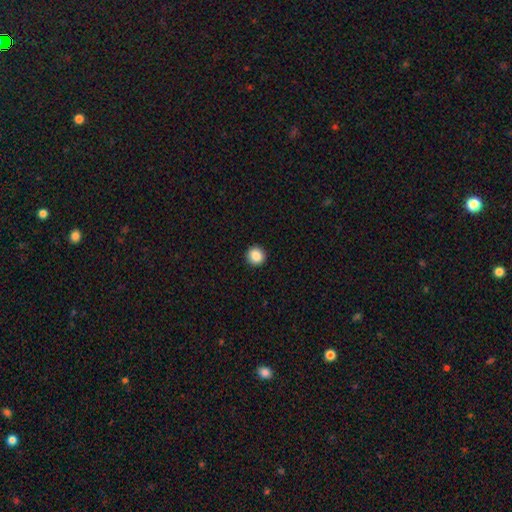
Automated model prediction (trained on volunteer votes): smooth-or-featured: smooth: 88% | star or artifact: 9% | featured or disk: 3%
  how-rounded: round: 93% | in between: 6% | cigar-shaped: 1%
  merging: none: 93% | minor disturbance: 4% | major disturbance: 1% | merger: 1%